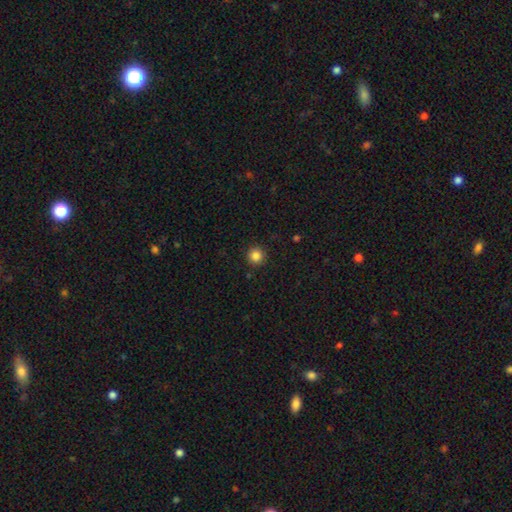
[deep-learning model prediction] A smooth galaxy with no disk features (85%) that is round (94%). Merging: none (91%).